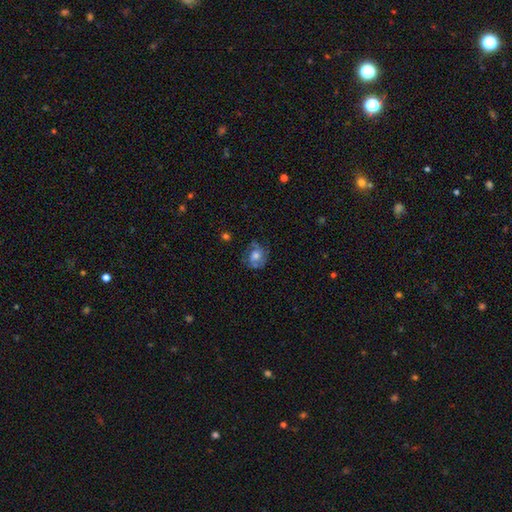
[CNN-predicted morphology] featured or disk 54%, smooth 35%, star or artifact 11%. Down the decision tree: edge-on disk — no (97%); bar — no (77%); spiral arms — yes (71%); bulge size — moderate (58%); merging — none (62%).